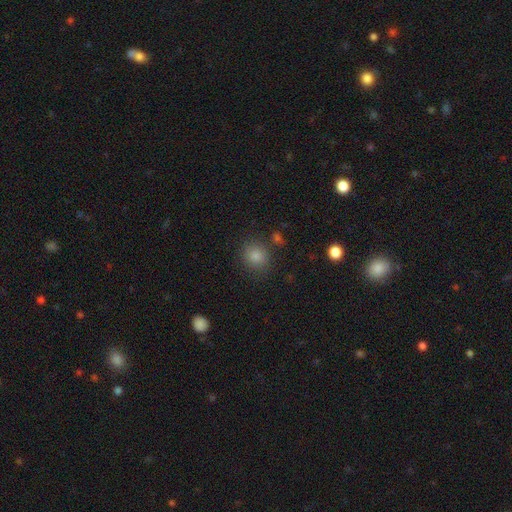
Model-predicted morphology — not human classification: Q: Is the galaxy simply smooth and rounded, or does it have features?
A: smooth — 80%.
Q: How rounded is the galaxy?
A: round — 83%.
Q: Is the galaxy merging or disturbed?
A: none — 84%.